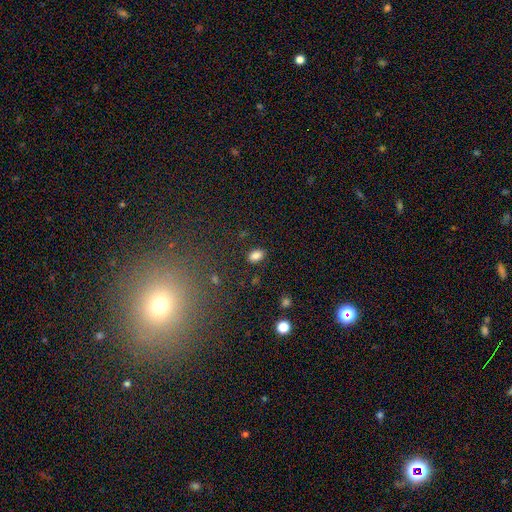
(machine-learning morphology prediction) smooth_or_featured: smooth (p=0.84) [alt: star or artifact p=0.11]
how_rounded: in between (p=0.86) [alt: round p=0.13]
merging: none (p=0.86) [alt: minor disturbance p=0.09]